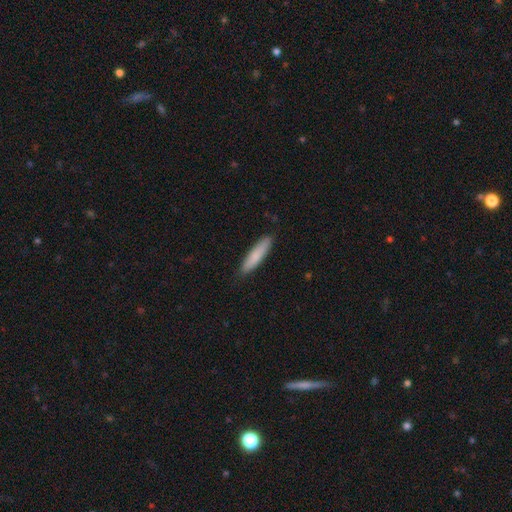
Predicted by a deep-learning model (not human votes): Morphology: type=smooth (82%); roundness=cigar-shaped (83%); merging=none (88%).